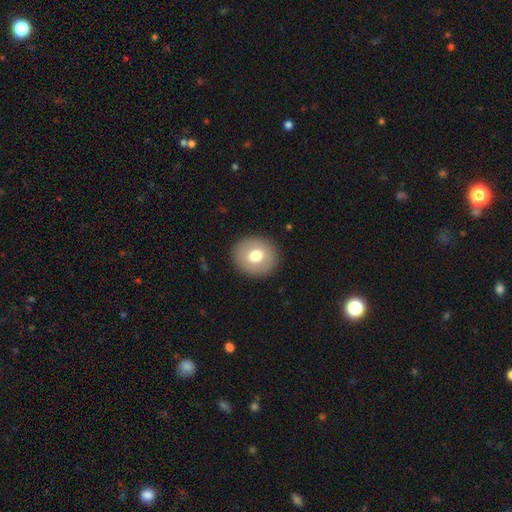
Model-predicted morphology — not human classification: A smooth galaxy with no disk features (72%) that is round (85%). Merging: none (91%).